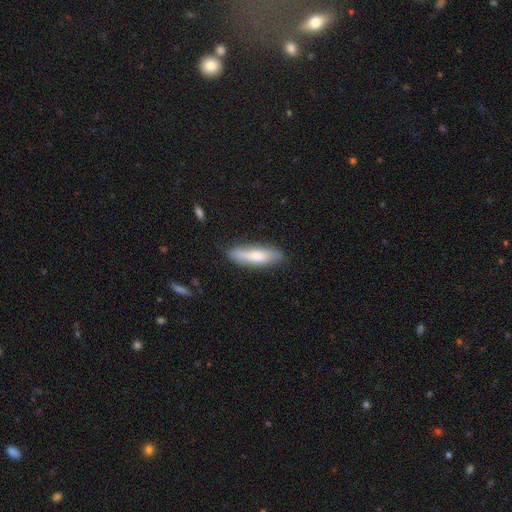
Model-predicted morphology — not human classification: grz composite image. It shows a smooth galaxy with no disk features (68%) that is cigar-shaped (62%). Merging: none (77%).